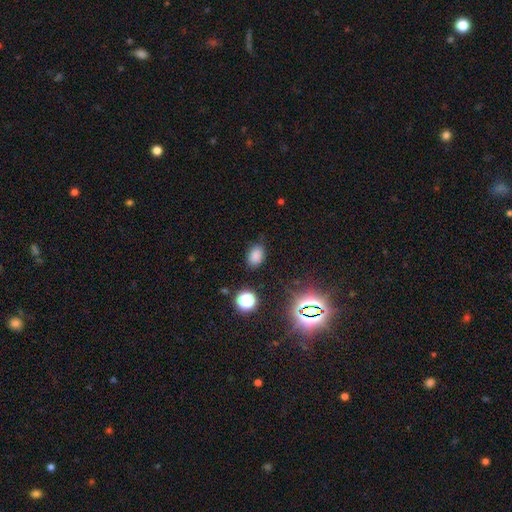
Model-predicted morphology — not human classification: Smooth or featured: smooth — 75% (star or artifact — 19%)
How rounded: in between — 81% (round — 17%)
Merging: none — 80% (minor disturbance — 15%)